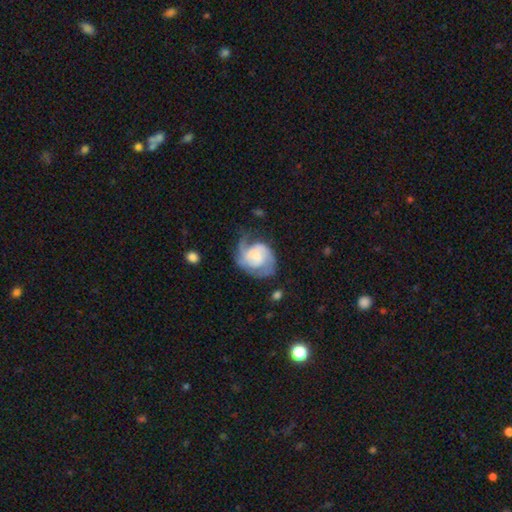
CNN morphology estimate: A featured or disk galaxy (72%) with no bar (48%), 2 (58%) medium (45%) spiral arms (91%) and a small central bulge (32%).

Vote fractions:
- Smooth or featured? featured or disk: 72% / smooth: 22% / star or artifact: 6%
- Edge-on disk? no: 98% / yes: 2%
- Bar? no: 48% / weak: 42% / strong: 10%
- Spiral arms? yes: 91% / no: 9%
- Spiral winding? medium: 45% / tight: 34% / loose: 20%
- Spiral arm count? 2: 58% / can't tell: 18% / 3: 12% / 1: 8% / 4: 3% / more than 4: 3%
- Bulge size? small: 32% / none: 30% / moderate: 22% / large: 13% / dominant: 3%
- Merging? none: 45% / minor disturbance: 28% / major disturbance: 24% / merger: 3%